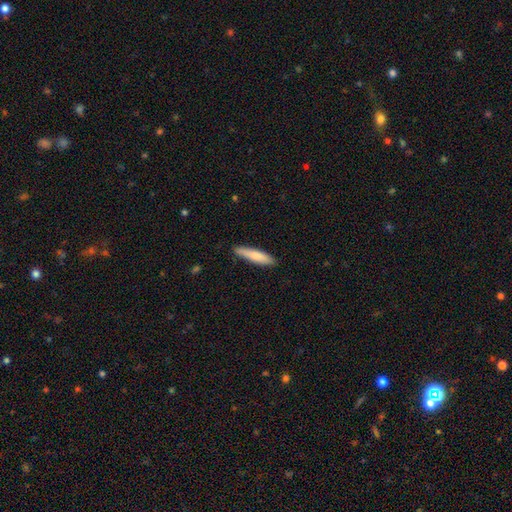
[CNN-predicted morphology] type=smooth (77%); roundness=cigar-shaped (83%); merging=none (84%).